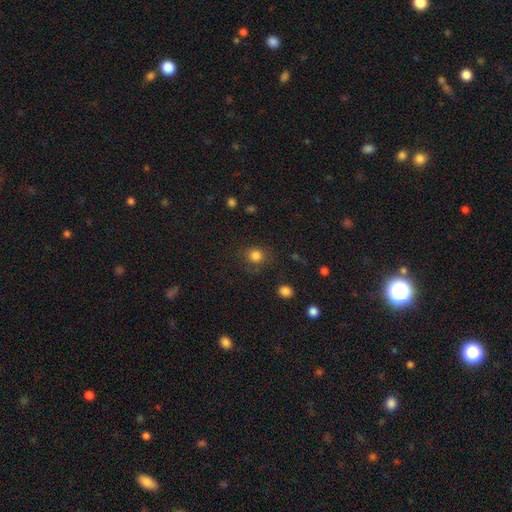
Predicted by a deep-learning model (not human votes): Morphology: type=smooth (82%); roundness=round (79%); merging=none (77%).